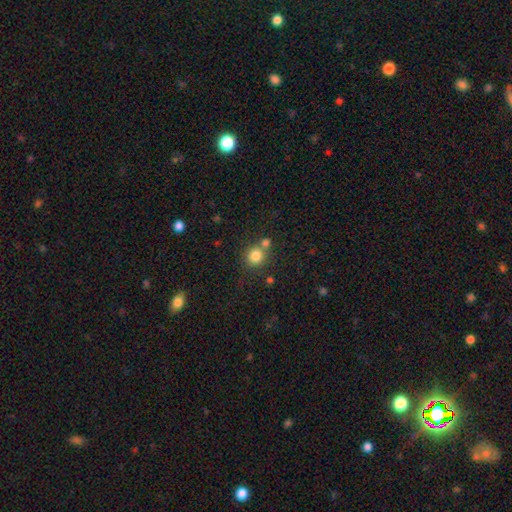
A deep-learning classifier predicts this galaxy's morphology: A smooth galaxy with no disk features (81%) that is round (89%). Merging: none (61%).